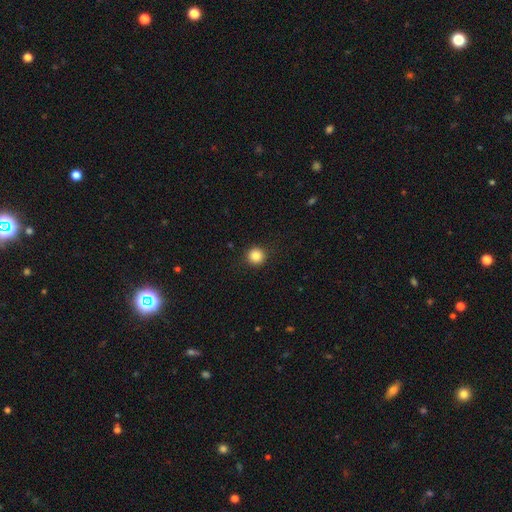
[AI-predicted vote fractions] Smooth or featured: smooth — 86% (star or artifact — 11%)
How rounded: round — 94% (in between — 5%)
Merging: none — 91% (minor disturbance — 6%)